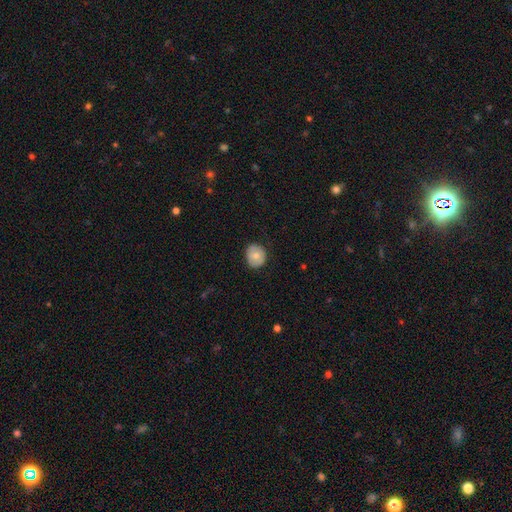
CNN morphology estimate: Q: Smooth or featured?
A: smooth (73%); runner-up: featured or disk (20%)
Q: How rounded?
A: round (74%); runner-up: in between (26%)
Q: Merging?
A: none (81%); runner-up: minor disturbance (15%)